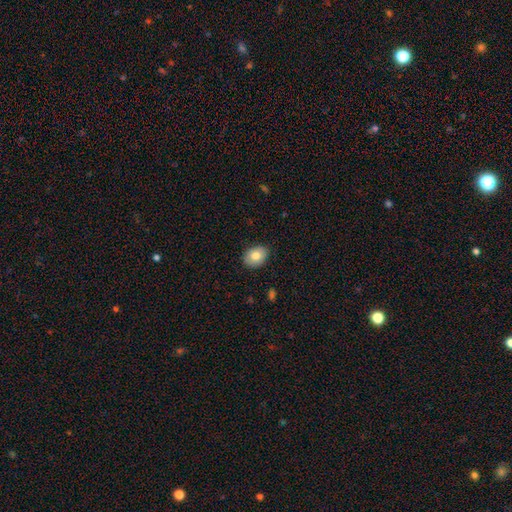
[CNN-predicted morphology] smooth_or_featured: smooth (p=0.79) [alt: featured or disk p=0.13]
how_rounded: in between (p=0.65) [alt: round p=0.34]
merging: none (p=0.87) [alt: minor disturbance p=0.10]